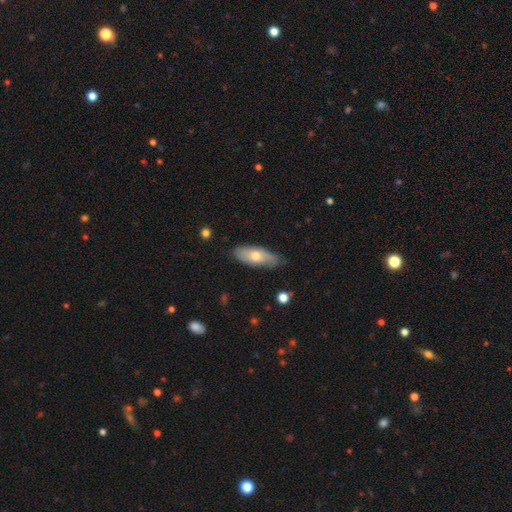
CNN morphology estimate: type=smooth (63%); roundness=in between (74%); merging=none (78%).